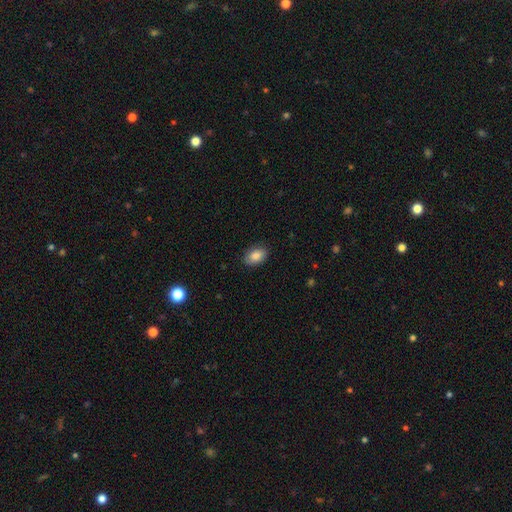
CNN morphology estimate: Smooth or featured? smooth (87%)
How rounded? in between (89%)
Merging? none (86%)